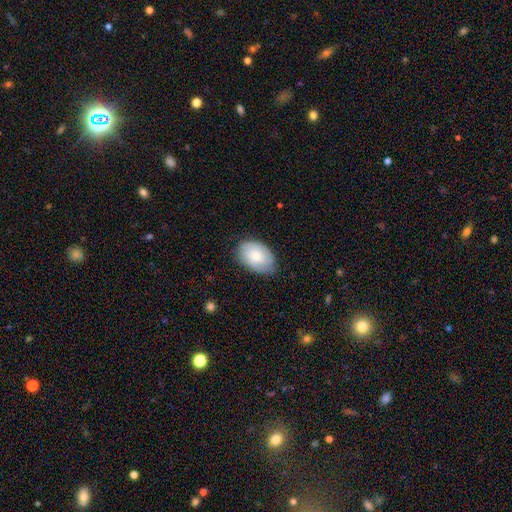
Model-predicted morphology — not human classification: The model was most divided on "smooth or featured": smooth: 64%, featured or disk: 30%, star or artifact: 6%. More confident: how rounded — in between (88%); merging — none (77%).